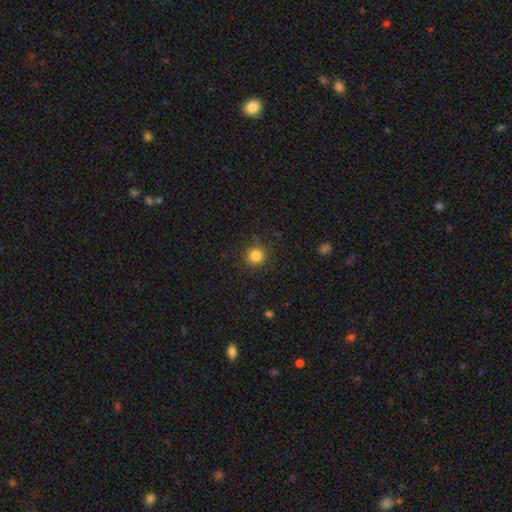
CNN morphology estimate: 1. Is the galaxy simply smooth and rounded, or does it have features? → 83% smooth, 12% star or artifact, 5% featured or disk.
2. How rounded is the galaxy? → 93% round, 6% in between, 1% cigar-shaped.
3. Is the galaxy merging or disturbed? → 85% none, 10% minor disturbance, 3% major disturbance, 1% merger.